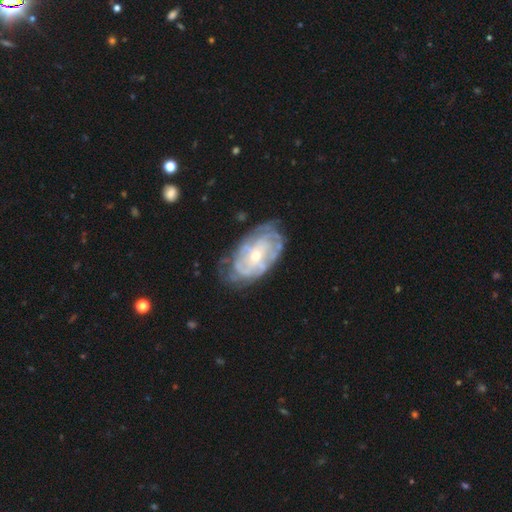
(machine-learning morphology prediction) This appears to be a featured or disk galaxy (78%) with no bar (69%), tight (69%) spiral arms (81%) and a small central bulge (56%). Merging: none (66%).